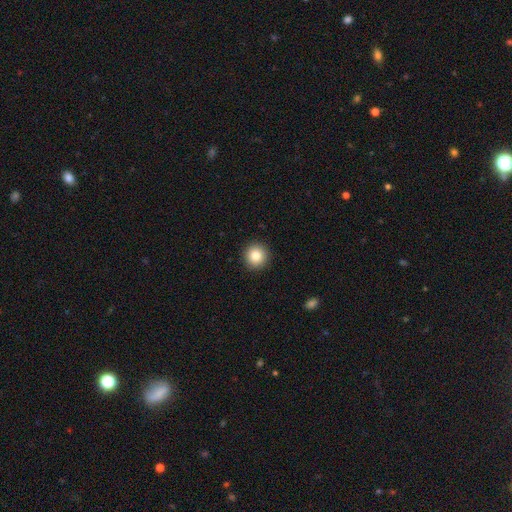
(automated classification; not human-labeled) Smooth or featured: smooth — 83% (star or artifact — 10%)
How rounded: round — 95% (in between — 4%)
Merging: none — 93% (minor disturbance — 5%)